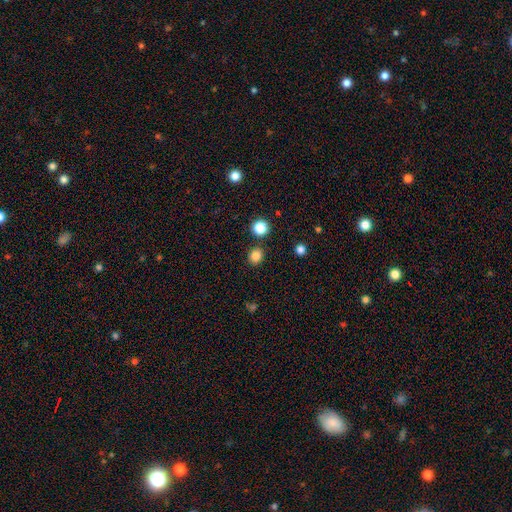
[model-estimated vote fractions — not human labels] This appears to be a smooth galaxy with no disk features (83%) that is round (80%). Merging: none (86%).